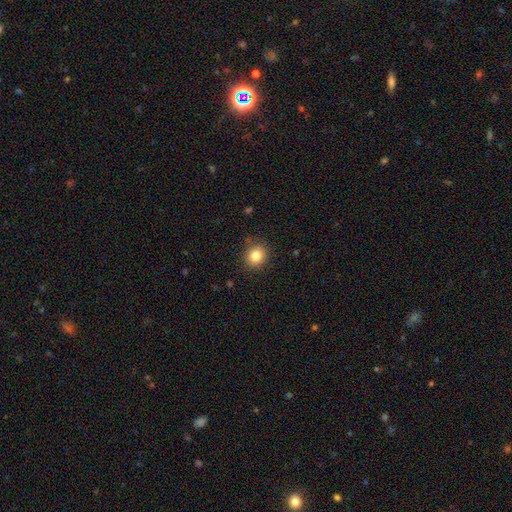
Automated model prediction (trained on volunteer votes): Smooth or featured?
  - smooth: 83% *
  - star or artifact: 11%
  - featured or disk: 6%
How rounded?
  - round: 81% *
  - in between: 19%
  - cigar-shaped: 1%
Merging?
  - none: 86% *
  - minor disturbance: 10%
  - major disturbance: 3%
  - merger: 1%